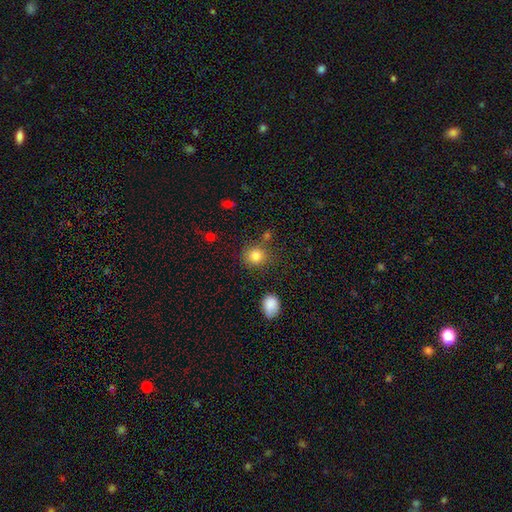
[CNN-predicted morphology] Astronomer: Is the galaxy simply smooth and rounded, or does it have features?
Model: smooth — 83%.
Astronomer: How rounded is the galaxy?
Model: round — 82%.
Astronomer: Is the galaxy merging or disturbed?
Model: none — 76%.